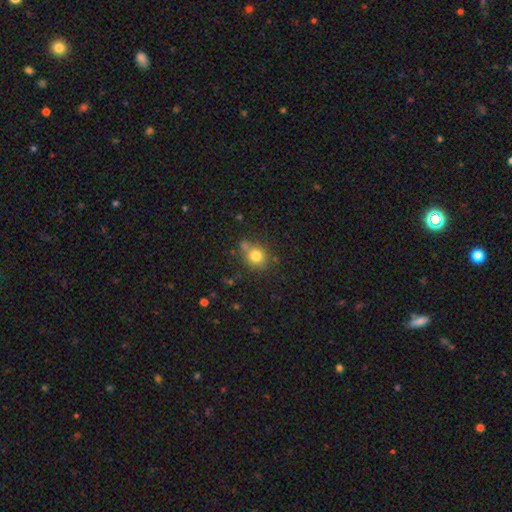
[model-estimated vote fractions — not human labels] smooth 78%, star or artifact 12%, featured or disk 10%. Down the decision tree: how rounded — round (72%); merging — none (67%).